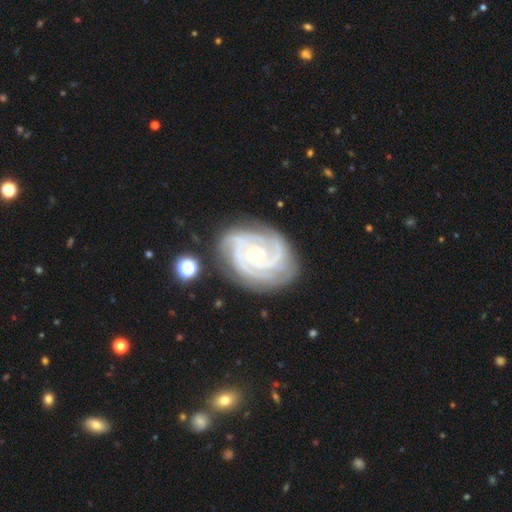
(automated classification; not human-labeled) smooth_or_featured: featured or disk (p=0.91) [alt: star or artifact p=0.05]
disk_edge_on: no (p=0.98) [alt: yes p=0.02]
bar: no (p=0.72) [alt: weak p=0.21]
has_spiral_arms: yes (p=0.98) [alt: no p=0.02]
spiral_winding: tight (p=0.75) [alt: medium p=0.22]
spiral_arm_count: 3 (p=0.46) [alt: 4 p=0.20]
bulge_size: small (p=0.71) [alt: moderate p=0.26]
merging: none (p=0.76) [alt: minor disturbance p=0.17]